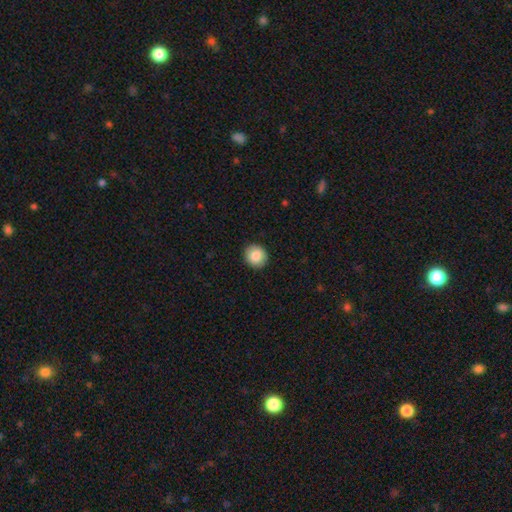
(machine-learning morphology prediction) This appears to be a smooth galaxy with no disk features (87%) that is round (88%). Merging: none (92%).